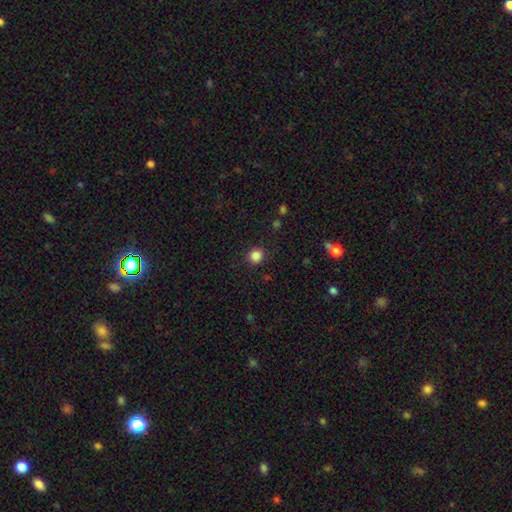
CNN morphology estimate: type=smooth (85%); roundness=round (91%); merging=none (89%).